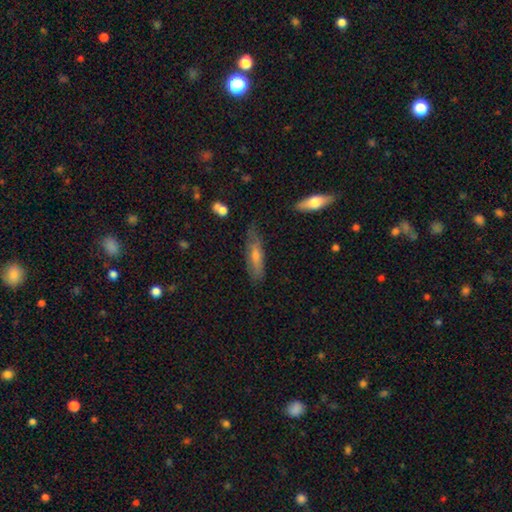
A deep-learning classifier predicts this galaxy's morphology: Smooth or featured: smooth — 56% (featured or disk — 36%)
How rounded: cigar-shaped — 68% (in between — 30%)
Merging: none — 75% (minor disturbance — 19%)